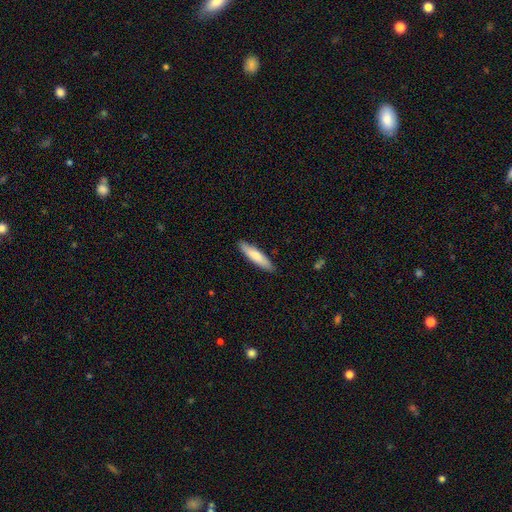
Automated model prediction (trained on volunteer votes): Smooth or featured?
  - smooth: 73% *
  - featured or disk: 22%
  - star or artifact: 5%
How rounded?
  - cigar-shaped: 79% *
  - in between: 19%
  - round: 1%
Merging?
  - none: 89% *
  - minor disturbance: 9%
  - major disturbance: 2%
  - merger: 1%